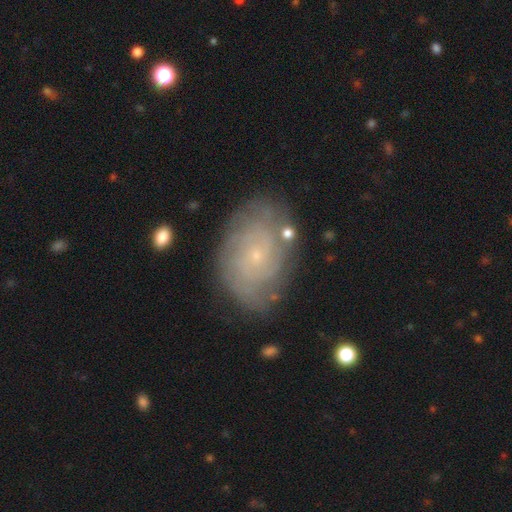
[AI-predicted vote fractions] Smooth or featured?
  - featured or disk: 73% *
  - smooth: 19%
  - star or artifact: 8%
Edge-on disk?
  - no: 97% *
  - yes: 3%
Bar?
  - no: 81% *
  - weak: 16%
  - strong: 3%
Spiral arms?
  - yes: 90% *
  - no: 10%
Spiral winding?
  - tight: 72% *
  - medium: 21%
  - loose: 7%
Spiral arm count?
  - can't tell: 47% *
  - 2: 18%
  - 3: 11%
  - 4: 11%
  - more than 4: 7%
  - 1: 6%
Bulge size?
  - small: 87% *
  - moderate: 8%
  - none: 2%
  - large: 1%
  - dominant: 1%
Merging?
  - none: 76% *
  - minor disturbance: 16%
  - major disturbance: 5%
  - merger: 2%